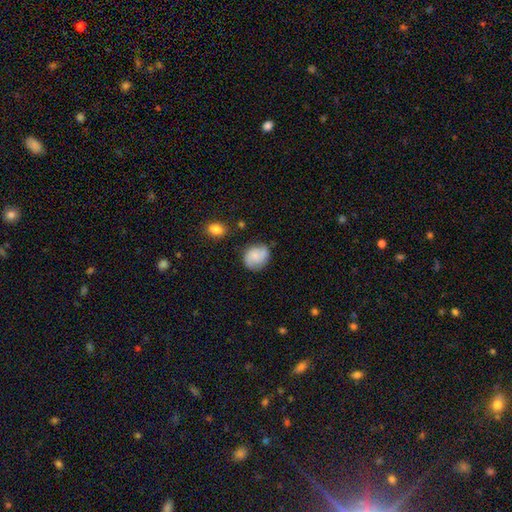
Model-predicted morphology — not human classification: A smooth galaxy with no disk features (54%) that is round (69%). Merging: none (71%).